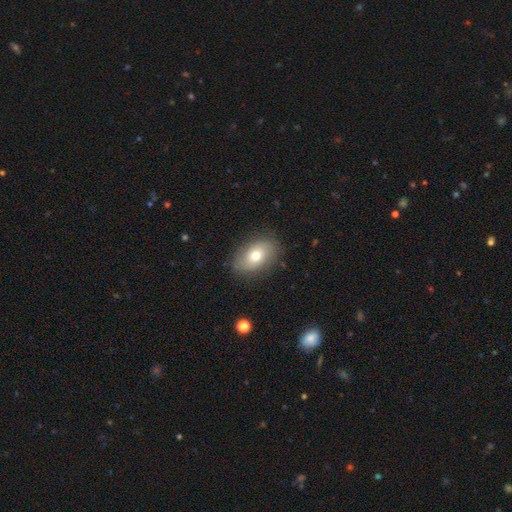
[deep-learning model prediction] This appears to be a smooth galaxy with no disk features (70%) that is in between round and cigar-shaped (87%). Merging: none (83%).